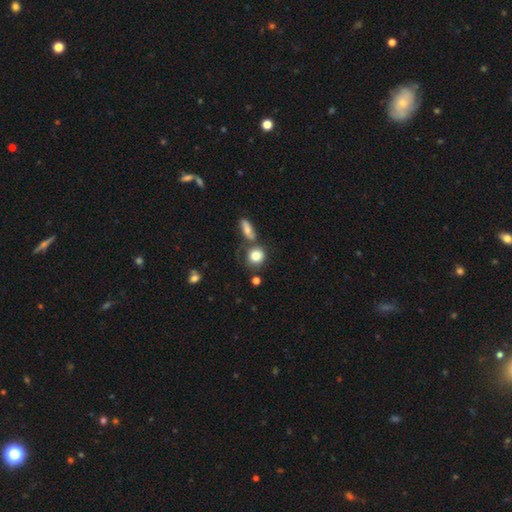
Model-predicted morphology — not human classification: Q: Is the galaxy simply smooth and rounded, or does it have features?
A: smooth — 82%.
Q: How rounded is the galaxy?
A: round — 78%.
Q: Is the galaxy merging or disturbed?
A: none — 58%.